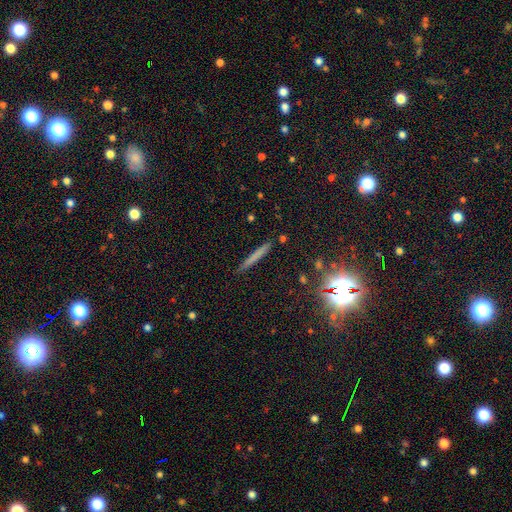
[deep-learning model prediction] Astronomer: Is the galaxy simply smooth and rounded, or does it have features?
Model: smooth — 62%.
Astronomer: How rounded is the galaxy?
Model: cigar-shaped — 95%.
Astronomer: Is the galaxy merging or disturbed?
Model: none — 89%.